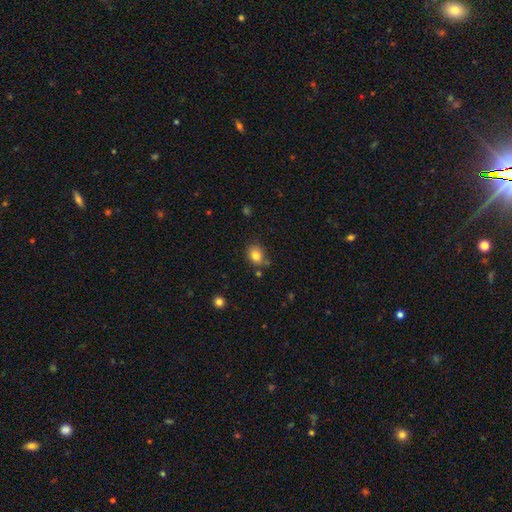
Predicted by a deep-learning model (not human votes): This appears to be a smooth galaxy with no disk features (82%) that is round (61%). Merging: none (71%).